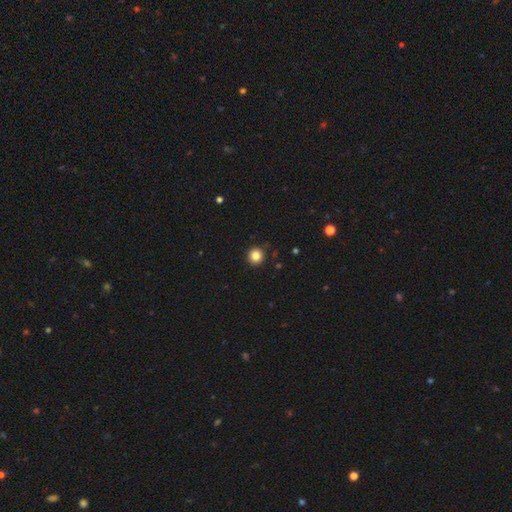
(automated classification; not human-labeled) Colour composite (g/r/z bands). It shows a smooth galaxy with no disk features (83%) that is round (95%). Merging: none (92%).